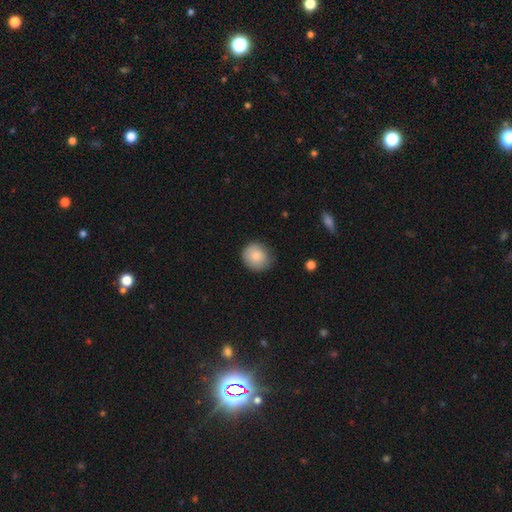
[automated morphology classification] Smooth or featured? smooth (84%)
How rounded? round (82%)
Merging? none (77%)